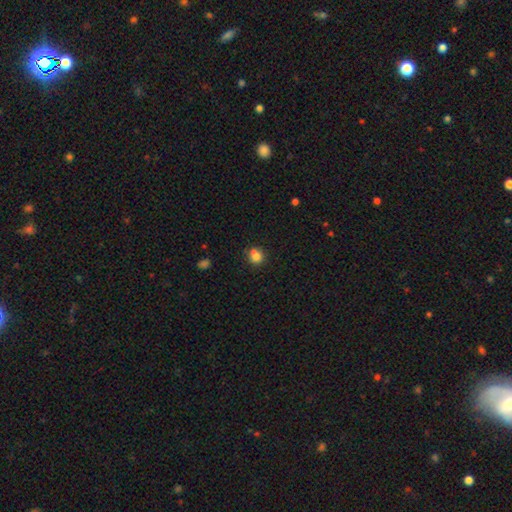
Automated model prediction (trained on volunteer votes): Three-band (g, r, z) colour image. It shows a smooth galaxy with no disk features (79%) that is round (73%). Merging: none (56%).